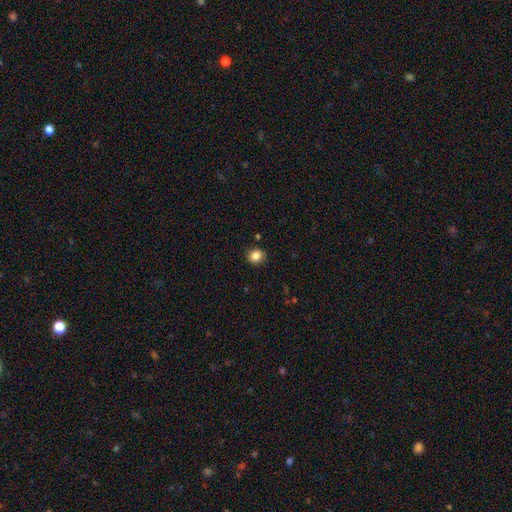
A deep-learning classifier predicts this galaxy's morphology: Smooth or featured: smooth — 85% (star or artifact — 11%)
How rounded: round — 83% (in between — 16%)
Merging: none — 88% (minor disturbance — 9%)